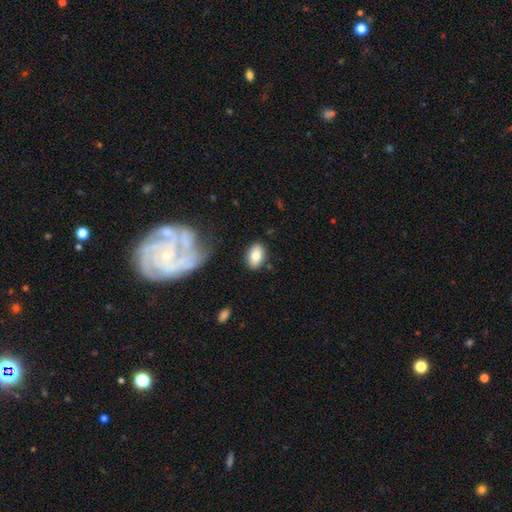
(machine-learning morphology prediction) This appears to be a smooth galaxy with no disk features (79%) that is in between round and cigar-shaped (86%). Merging: none (84%).